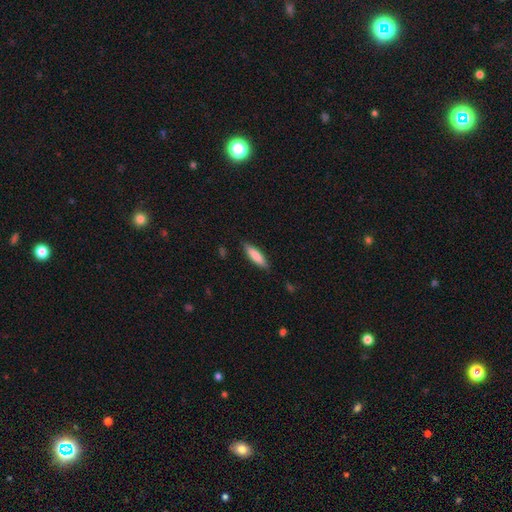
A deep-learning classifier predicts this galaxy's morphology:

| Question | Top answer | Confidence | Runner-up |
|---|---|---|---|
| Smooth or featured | smooth | 83% | featured or disk (11%) |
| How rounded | cigar-shaped | 67% | in between (31%) |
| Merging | none | 86% | minor disturbance (10%) |